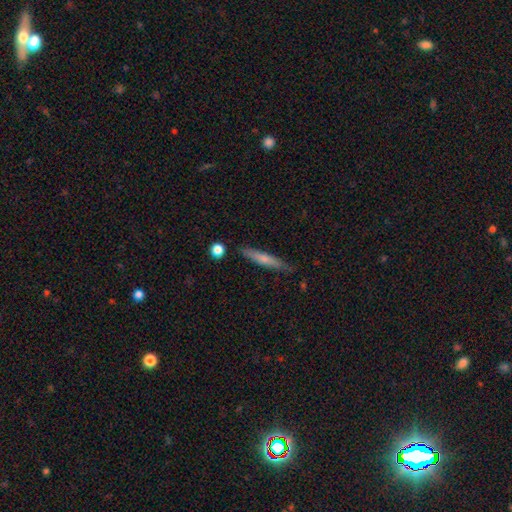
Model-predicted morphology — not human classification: A smooth galaxy with no disk features (57%) that is cigar-shaped (94%). Merging: none (84%).